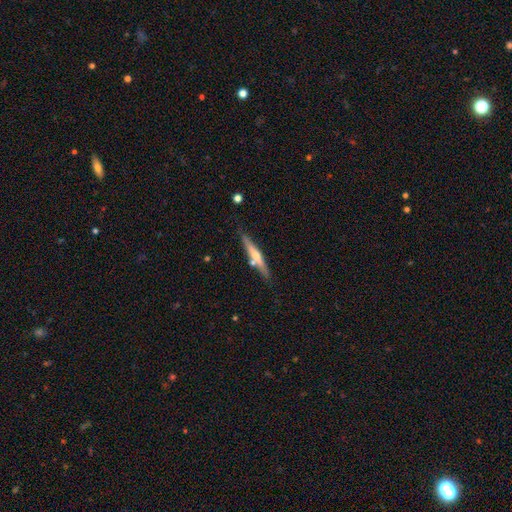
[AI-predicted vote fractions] This appears to be a featured or disk galaxy (57%) viewed edge-on (95%) with a rounded central bulge (76%). Merging: none (77%).